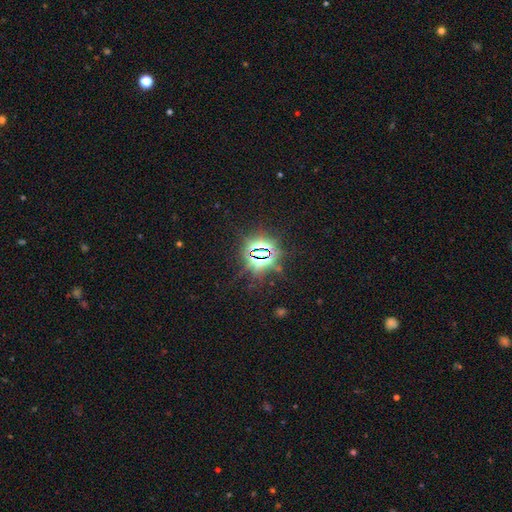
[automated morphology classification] This appears to be a star or artifact, not a galaxy (82%).